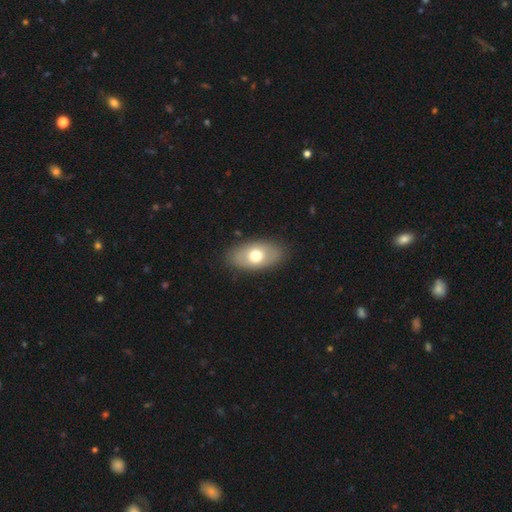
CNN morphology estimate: Smooth or featured? smooth (63%)
How rounded? in between (91%)
Merging? none (85%)